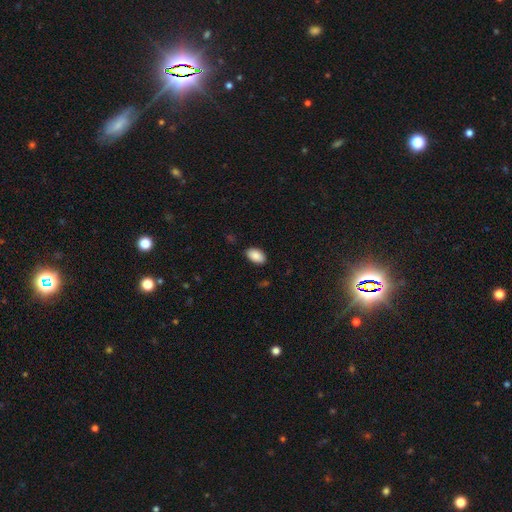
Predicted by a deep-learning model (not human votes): Smooth or featured? smooth (89%)
How rounded? in between (94%)
Merging? none (86%)